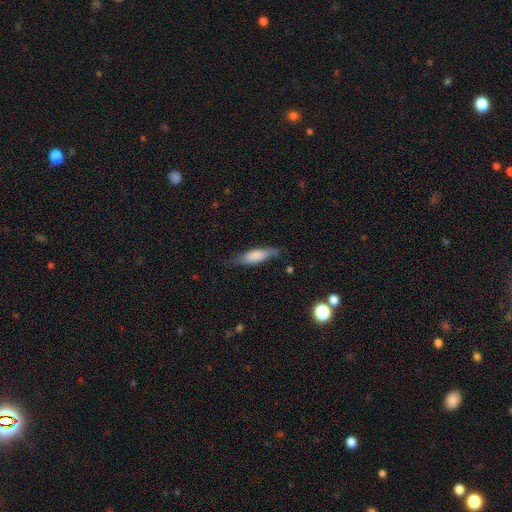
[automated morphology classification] A smooth galaxy with no disk features (70%) that is cigar-shaped (54%). Merging: none (68%).